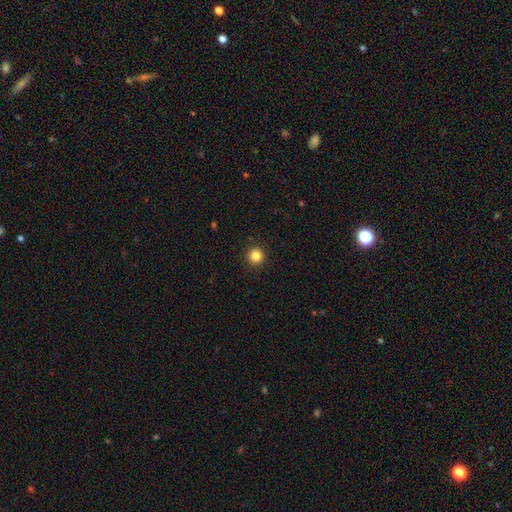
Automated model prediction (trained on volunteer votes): Q: Smooth or featured?
A: smooth (85%); runner-up: star or artifact (11%)
Q: How rounded?
A: round (96%); runner-up: in between (4%)
Q: Merging?
A: none (93%); runner-up: minor disturbance (5%)